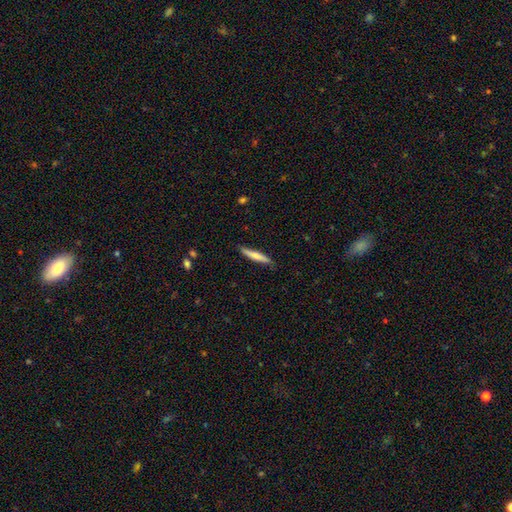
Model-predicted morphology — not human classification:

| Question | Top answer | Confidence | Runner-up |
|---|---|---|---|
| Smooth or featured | smooth | 69% | featured or disk (26%) |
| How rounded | cigar-shaped | 93% | in between (6%) |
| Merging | none | 87% | minor disturbance (10%) |